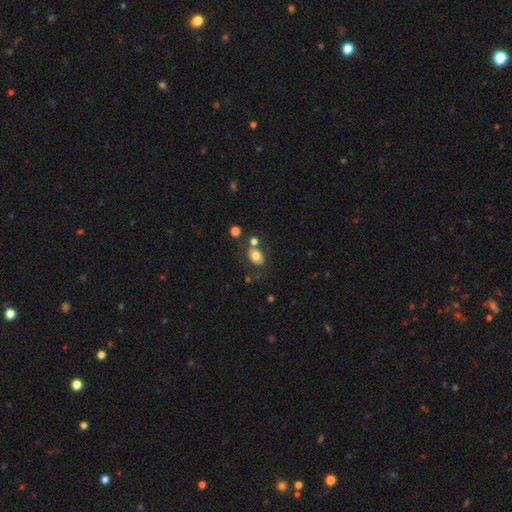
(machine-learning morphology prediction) Smooth or featured? Predicted: smooth (p=0.74). How rounded? Predicted: in between (p=0.73). Merging? Predicted: none (p=0.66).